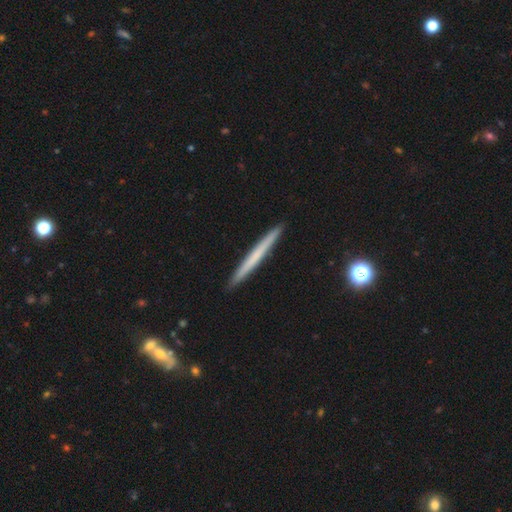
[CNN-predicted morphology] A smooth galaxy with no disk features (53%) that is cigar-shaped (97%). Merging: none (92%).